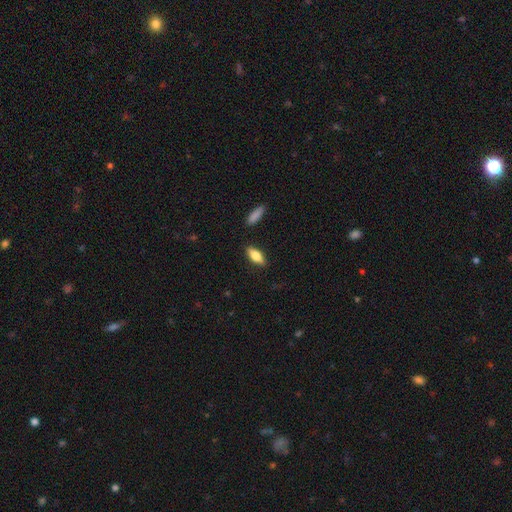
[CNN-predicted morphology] Smooth or featured: smooth — 72% (featured or disk — 22%)
How rounded: in between — 71% (cigar-shaped — 26%)
Merging: none — 86% (minor disturbance — 9%)